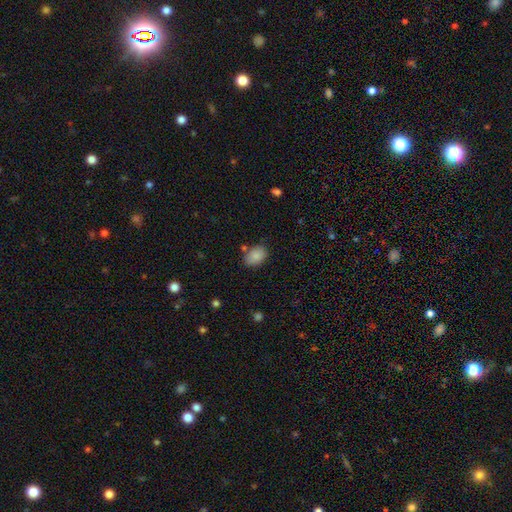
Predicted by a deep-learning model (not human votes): A smooth galaxy with no disk features (88%) that is in between round and cigar-shaped (82%). Merging: none (76%).